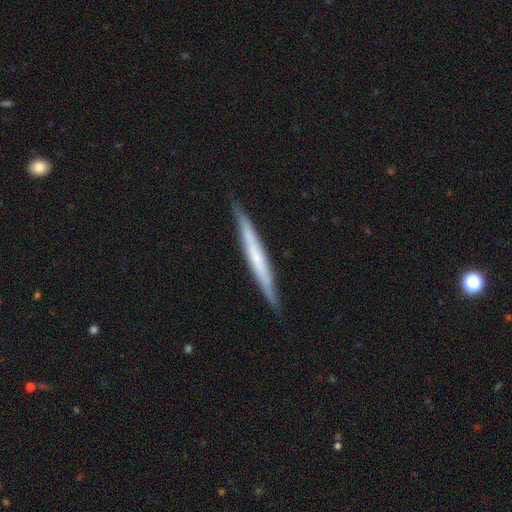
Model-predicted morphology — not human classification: Q: Smooth or featured?
A: featured or disk (54%); runner-up: smooth (40%)
Q: Edge-on disk?
A: yes (95%); runner-up: no (5%)
Q: Edge-on bulge?
A: none (72%); runner-up: rounded (18%)
Q: Merging?
A: none (88%); runner-up: minor disturbance (9%)